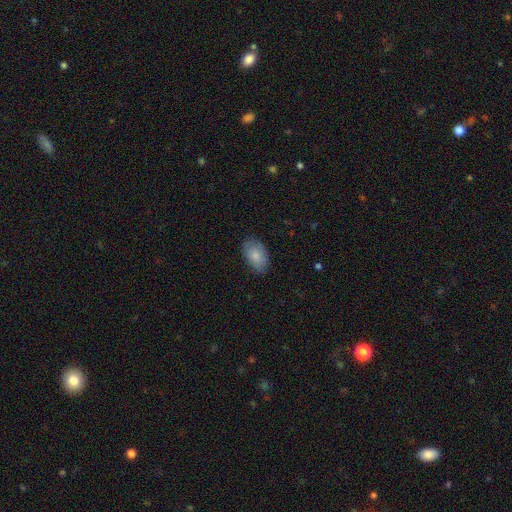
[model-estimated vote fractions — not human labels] Q: Smooth or featured?
A: smooth (83%); runner-up: featured or disk (11%)
Q: How rounded?
A: in between (91%); runner-up: round (7%)
Q: Merging?
A: none (81%); runner-up: minor disturbance (15%)